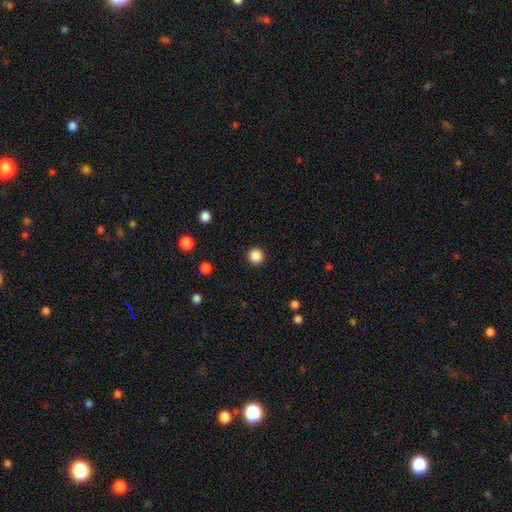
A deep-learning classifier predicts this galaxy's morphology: Overall: smooth (87%). How rounded: round (95%). Merging: none (93%).